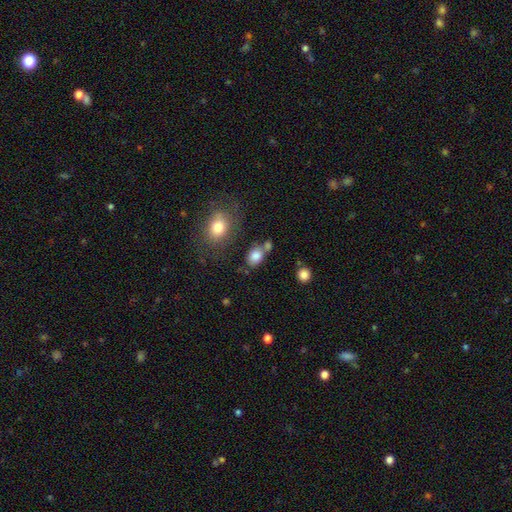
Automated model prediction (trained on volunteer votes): This is clearly a smooth galaxy (82%). How rounded: likely in between (73%). Merging: possibly none (55%).